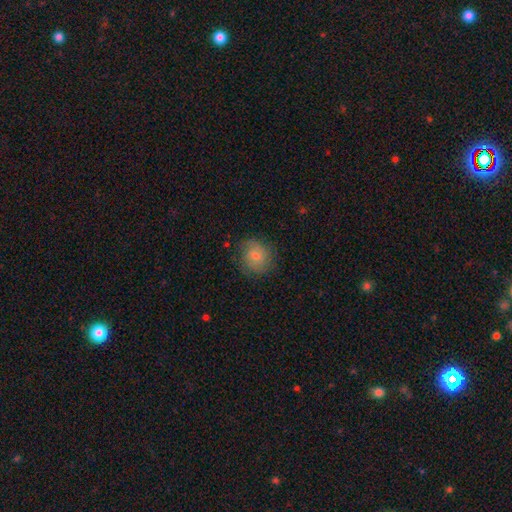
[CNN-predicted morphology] Overall: smooth (67%). How rounded: round (83%). Merging: none (77%).